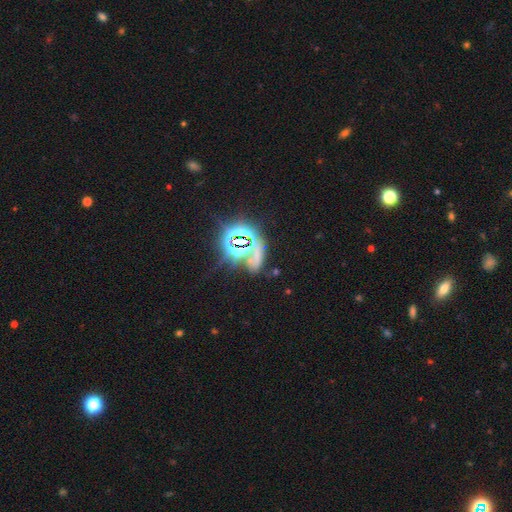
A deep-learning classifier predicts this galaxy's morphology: Smooth or featured? star or artifact (65%)